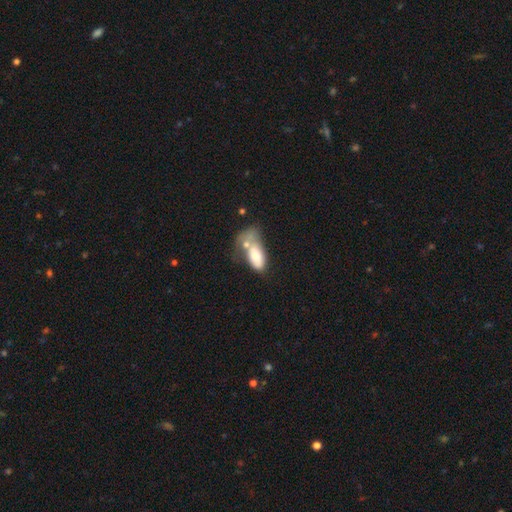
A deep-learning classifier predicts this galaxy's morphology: smooth 71%, featured or disk 23%, star or artifact 7%. Down the decision tree: how rounded — in between (87%); merging — merger (47%).